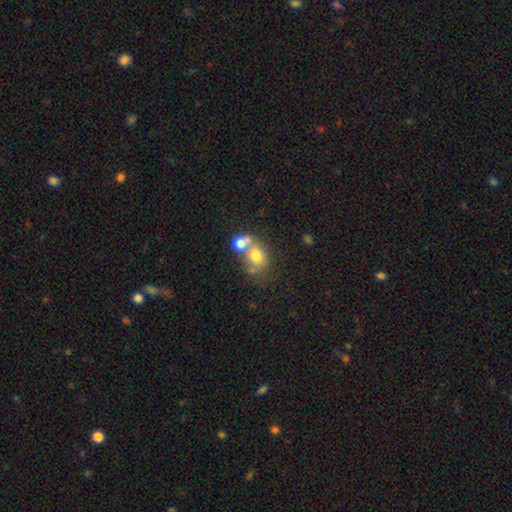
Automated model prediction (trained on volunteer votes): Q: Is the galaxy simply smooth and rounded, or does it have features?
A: smooth — 68%.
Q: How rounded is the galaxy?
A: round — 60%.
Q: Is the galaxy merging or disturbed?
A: merger — 60%.